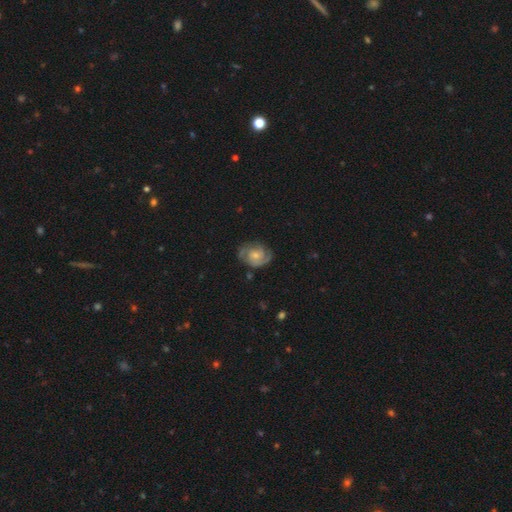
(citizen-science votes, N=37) smooth_or_featured: featured or disk (p=0.76) [alt: smooth p=0.16]
disk_edge_on: no (p=0.93) [alt: yes p=0.07]
bar: no (p=0.77) [alt: weak p=0.19]
has_spiral_arms: yes (p=0.81) [alt: no p=0.19]
spiral_winding: tight (p=0.71) [alt: medium p=0.24]
spiral_arm_count: 2 (p=0.71) [alt: 3 p=0.14]
bulge_size: small (p=0.65) [alt: moderate p=0.35]
merging: none (p=0.71) [alt: minor disturbance p=0.21]